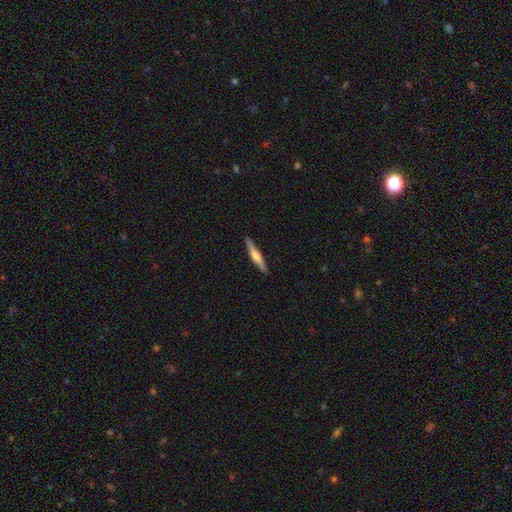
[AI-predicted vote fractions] smooth_or_featured: featured or disk (p=0.56) [alt: smooth p=0.39]
disk_edge_on: yes (p=0.97) [alt: no p=0.03]
edge_on_bulge: rounded (p=0.78) [alt: boxy p=0.13]
merging: none (p=0.91) [alt: minor disturbance p=0.07]